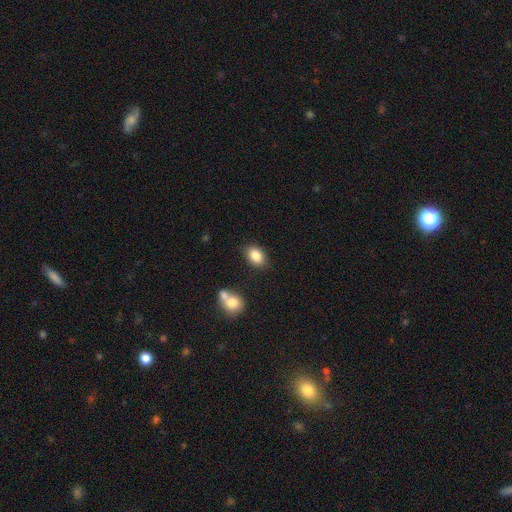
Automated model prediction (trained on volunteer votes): Smooth or featured?
  - smooth: 85% *
  - star or artifact: 8%
  - featured or disk: 7%
How rounded?
  - in between: 79% *
  - round: 19%
  - cigar-shaped: 1%
Merging?
  - none: 78% *
  - minor disturbance: 14%
  - merger: 5%
  - major disturbance: 3%